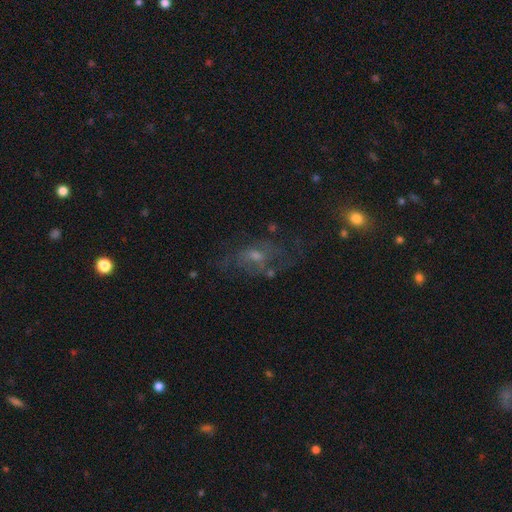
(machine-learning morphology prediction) Smooth or featured? featured or disk (52%)
Edge-on disk? no (92%)
Merging? none (56%)